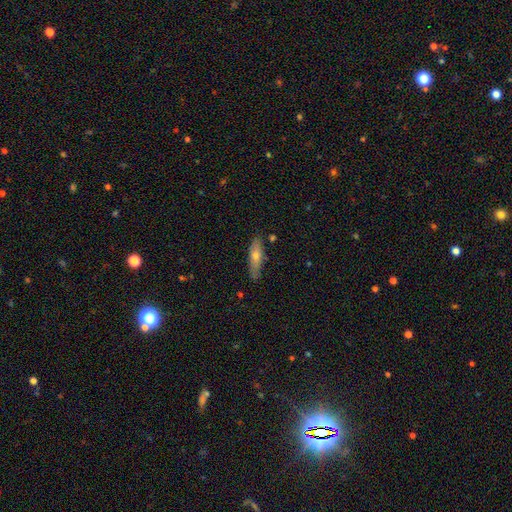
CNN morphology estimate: type=smooth (55%); roundness=cigar-shaped (68%); merging=none (83%).